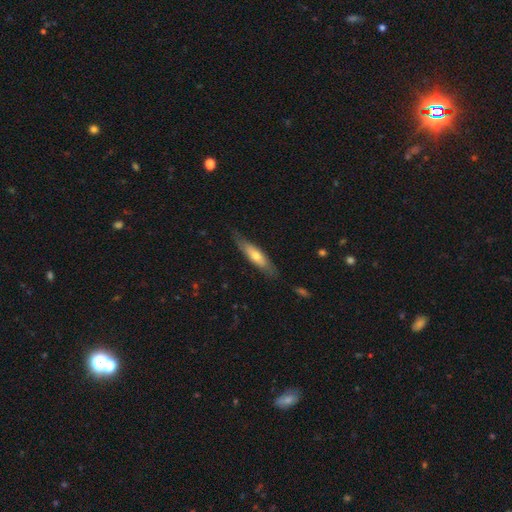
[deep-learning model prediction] Morphology: type=smooth (54%); roundness=cigar-shaped (69%); merging=none (77%).